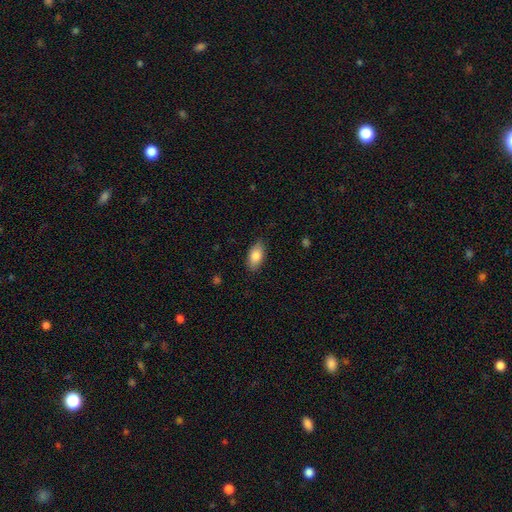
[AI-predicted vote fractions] Smooth or featured? Predicted: smooth (p=0.83). How rounded? Predicted: in between (p=0.91). Merging? Predicted: none (p=0.84).